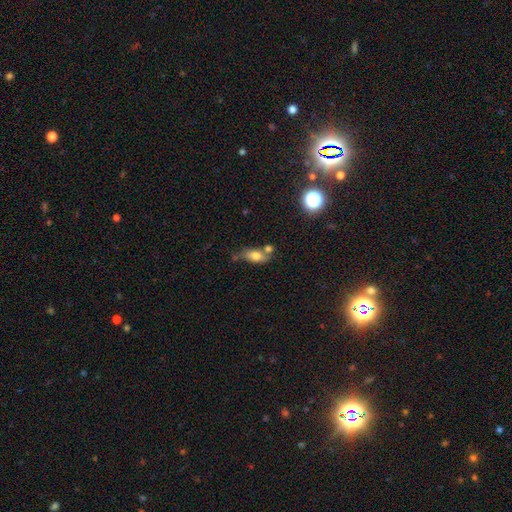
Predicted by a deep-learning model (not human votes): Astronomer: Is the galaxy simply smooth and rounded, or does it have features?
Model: smooth — 70%.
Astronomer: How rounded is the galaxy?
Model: in between — 81%.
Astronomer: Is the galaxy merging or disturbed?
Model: none — 53%.